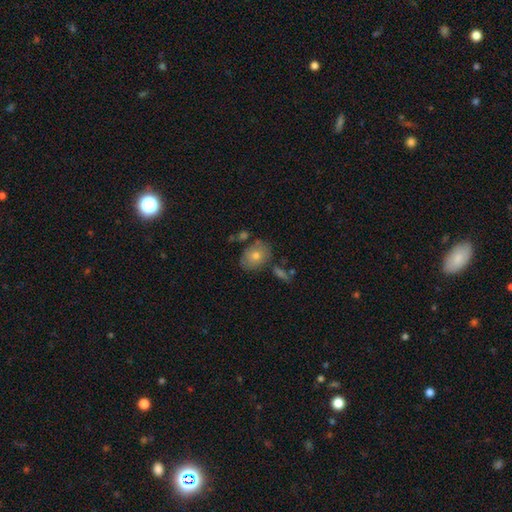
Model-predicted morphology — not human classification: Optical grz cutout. It shows a smooth galaxy with no disk features (66%) that is in between round and cigar-shaped (64%). Merging: none (69%).